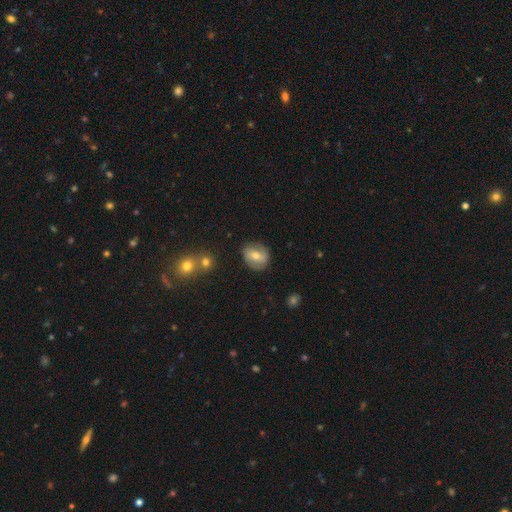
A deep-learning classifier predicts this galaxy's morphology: This appears to be a smooth galaxy with no disk features (53%) that is round (63%). Merging: none (81%).